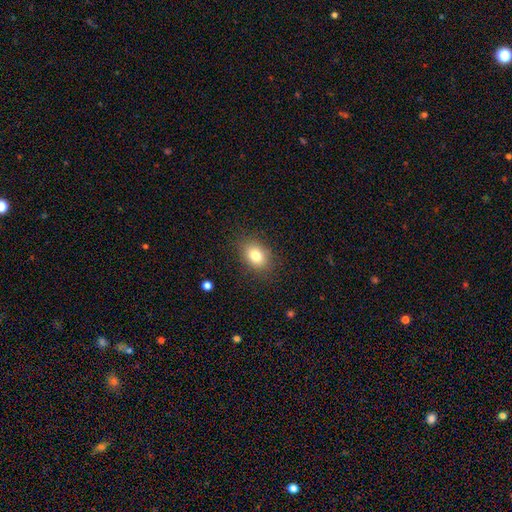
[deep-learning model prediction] smooth_or_featured: smooth (p=0.81) [alt: featured or disk p=0.10]
how_rounded: in between (p=0.72) [alt: round p=0.27]
merging: none (p=0.84) [alt: minor disturbance p=0.11]